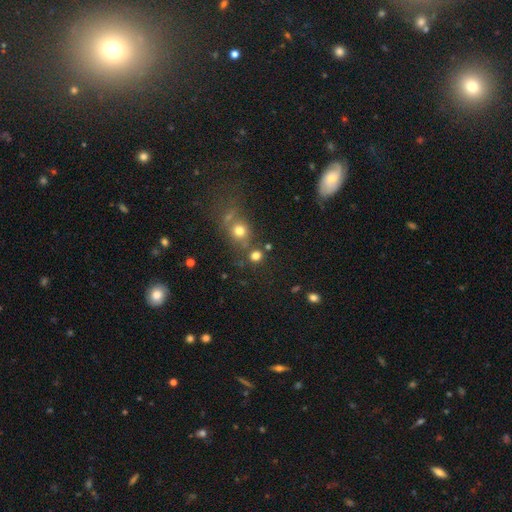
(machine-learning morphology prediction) Overall: smooth (74%). How rounded: round (87%). Merging: none (69%).